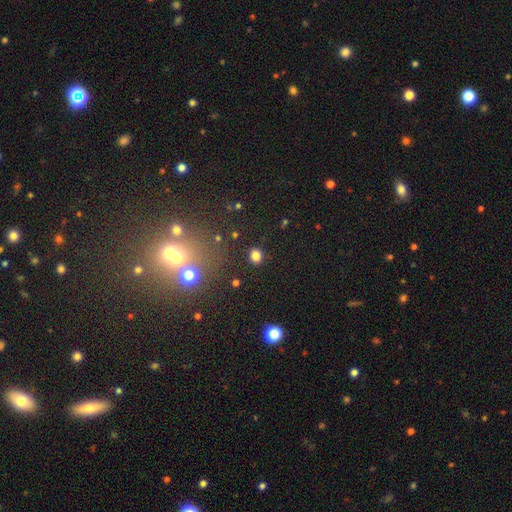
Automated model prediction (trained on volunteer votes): Smooth or featured?
  - smooth: 81% *
  - star or artifact: 15%
  - featured or disk: 5%
How rounded?
  - round: 74% *
  - in between: 25%
  - cigar-shaped: 1%
Merging?
  - none: 90% *
  - minor disturbance: 6%
  - major disturbance: 2%
  - merger: 2%